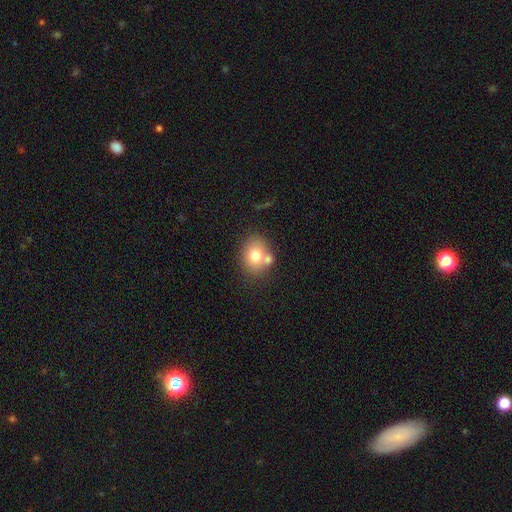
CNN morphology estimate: A smooth galaxy with no disk features (72%) that is round (61%).

Vote fractions:
- Smooth or featured? smooth: 72% / featured or disk: 17% / star or artifact: 11%
- How rounded? round: 61% / in between: 38% / cigar-shaped: 1%
- Merging? none: 55% / merger: 30% / minor disturbance: 12% / major disturbance: 4%